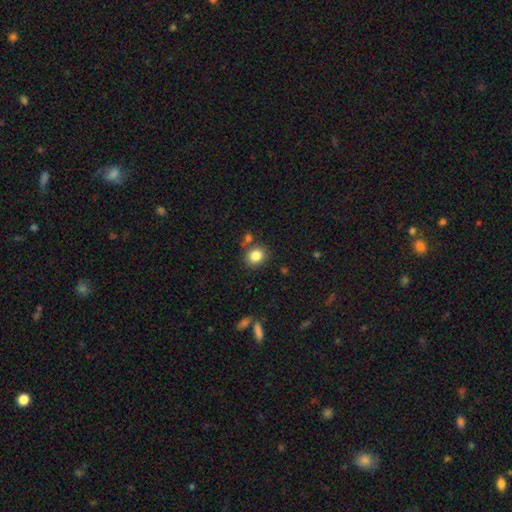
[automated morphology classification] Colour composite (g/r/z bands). It shows a smooth galaxy with no disk features (83%) that is round (69%). Merging: none (77%).